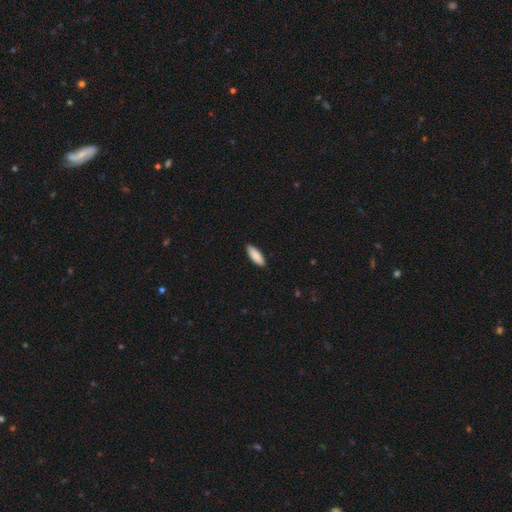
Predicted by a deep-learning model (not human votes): smooth-or-featured: smooth: 90% | star or artifact: 5% | featured or disk: 5%
  how-rounded: in between: 64% | cigar-shaped: 34% | round: 2%
  merging: none: 90% | minor disturbance: 7% | major disturbance: 1% | merger: 1%